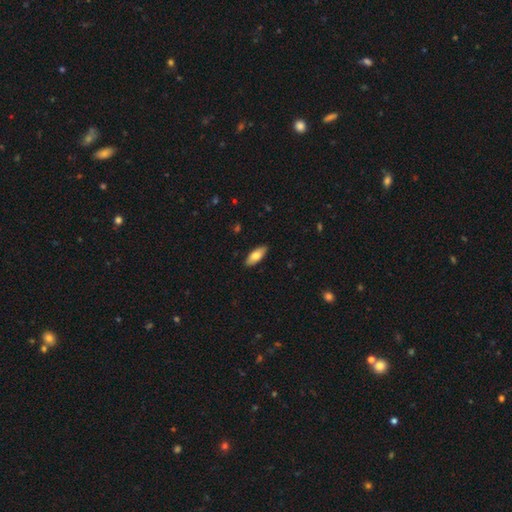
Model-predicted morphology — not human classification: Smooth or featured? Predicted: smooth (p=0.78). How rounded? Predicted: in between (p=0.77). Merging? Predicted: none (p=0.89).